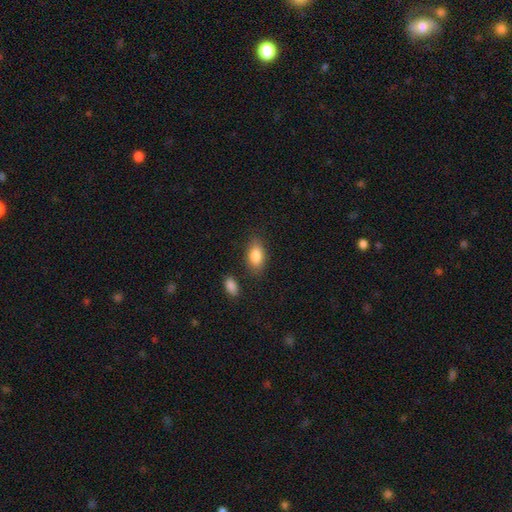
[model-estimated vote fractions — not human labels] Smooth or featured? Predicted: smooth (p=0.85). How rounded? Predicted: in between (p=0.90). Merging? Predicted: none (p=0.79).